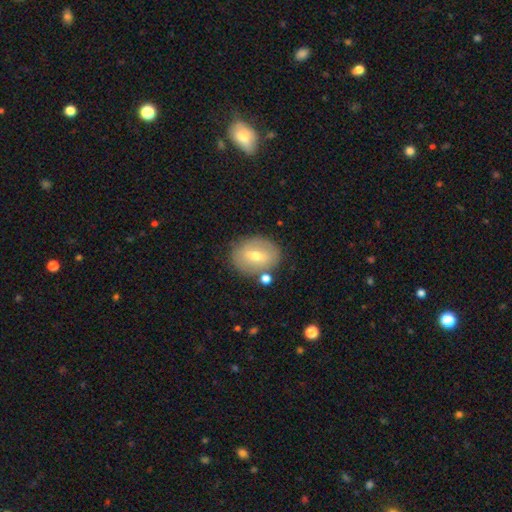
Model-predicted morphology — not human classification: Smooth or featured: smooth — 52% (featured or disk — 40%)
How rounded: in between — 51% (round — 48%)
Merging: none — 78% (minor disturbance — 13%)